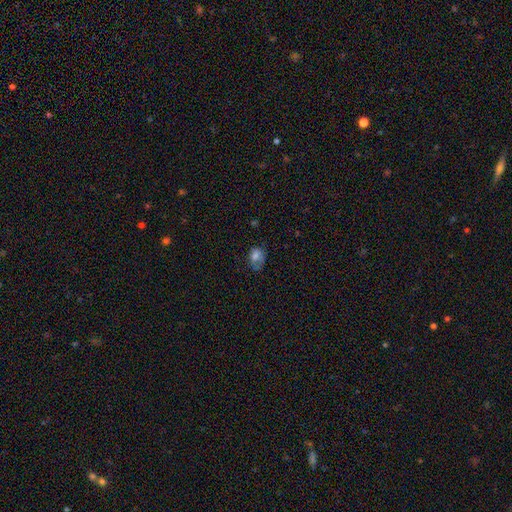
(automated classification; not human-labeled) smooth_or_featured: smooth (p=0.70) [alt: featured or disk p=0.18]
how_rounded: in between (p=0.75) [alt: round p=0.24]
merging: none (p=0.38) [alt: minor disturbance p=0.33]